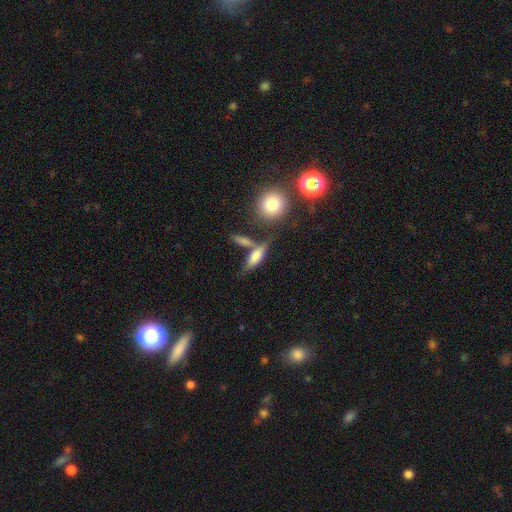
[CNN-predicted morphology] smooth-or-featured: smooth: 68% | featured or disk: 22% | star or artifact: 10%
  how-rounded: in between: 54% | cigar-shaped: 39% | round: 7%
  merging: none: 53% | merger: 25% | minor disturbance: 14% | major disturbance: 7%